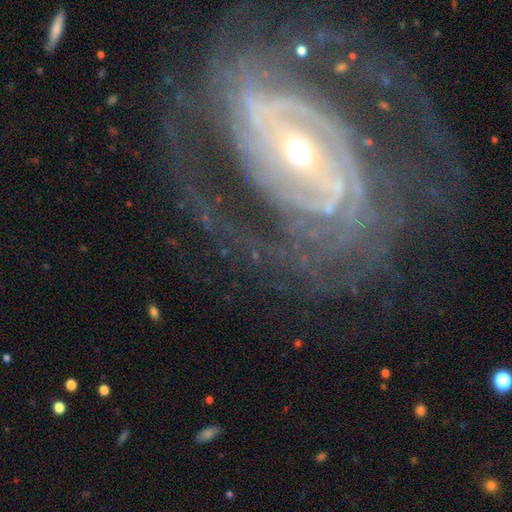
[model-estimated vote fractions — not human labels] A featured or disk galaxy (88%) with no bar (38%), 2 (28%) tight (60%) spiral arms (95%) and a moderate central bulge (51%). Merging: none (61%).